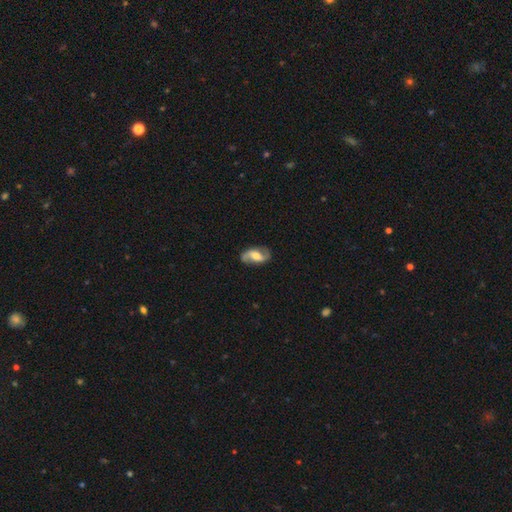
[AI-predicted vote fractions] A featured or disk galaxy (80%) with a weak bar (44%), 2 (93%) loose (55%) spiral arms (94%) and a moderate central bulge (61%). Merging: none (82%).